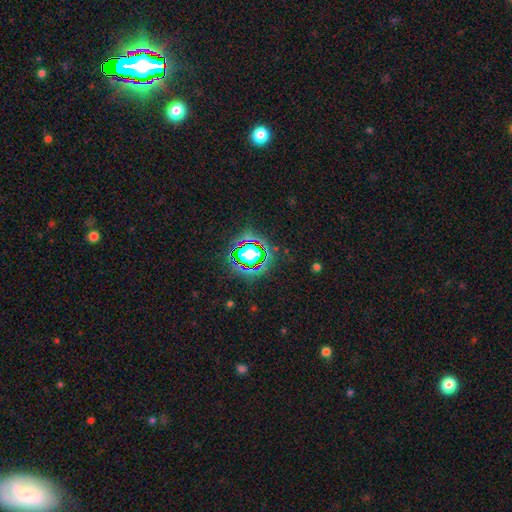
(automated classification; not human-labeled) star or artifact 78%, smooth 13%, featured or disk 9%.